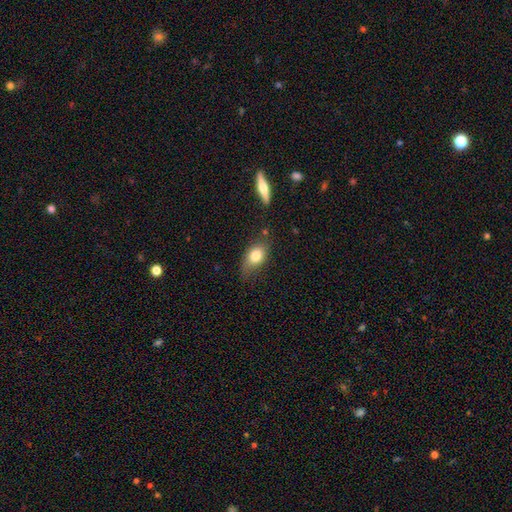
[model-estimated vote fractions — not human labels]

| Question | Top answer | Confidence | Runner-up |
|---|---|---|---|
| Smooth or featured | smooth | 79% | featured or disk (13%) |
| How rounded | in between | 81% | round (15%) |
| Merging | none | 62% | minor disturbance (26%) |